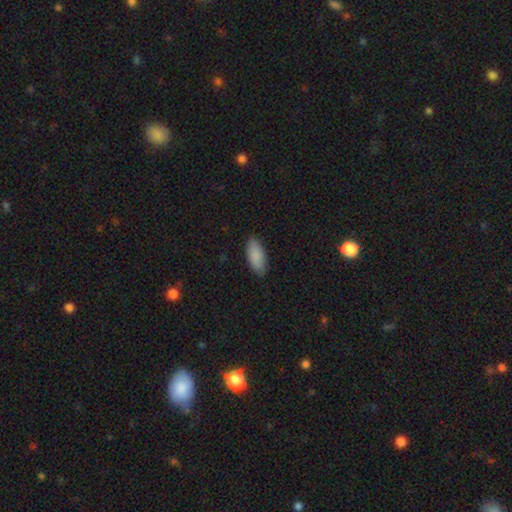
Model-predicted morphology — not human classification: smooth_or_featured: smooth (p=0.88) [alt: star or artifact p=0.06]
how_rounded: in between (p=0.88) [alt: cigar-shaped p=0.11]
merging: none (p=0.85) [alt: minor disturbance p=0.12]